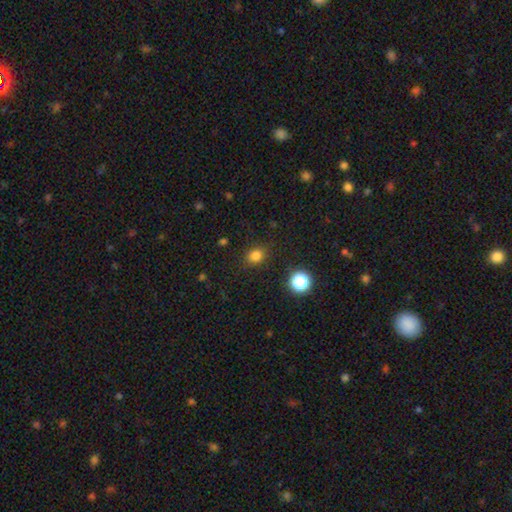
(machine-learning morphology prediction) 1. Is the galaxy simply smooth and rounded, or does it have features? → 80% smooth, 16% star or artifact, 5% featured or disk.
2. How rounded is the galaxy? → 68% round, 32% in between, 1% cigar-shaped.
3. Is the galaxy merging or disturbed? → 87% none, 9% minor disturbance, 3% major disturbance, 1% merger.